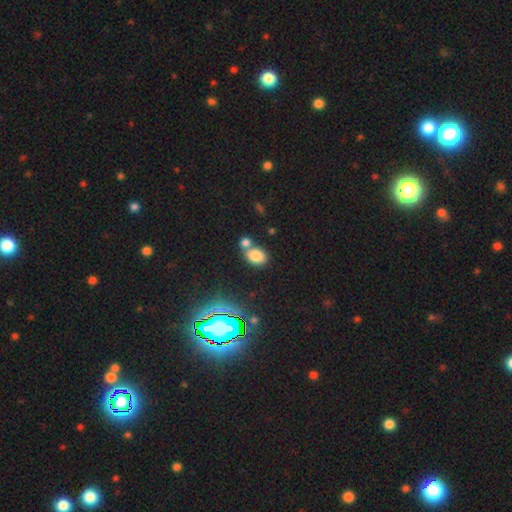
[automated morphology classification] Smooth or featured? Predicted: smooth (p=0.77). How rounded? Predicted: in between (p=0.68). Merging? Predicted: none (p=0.49).